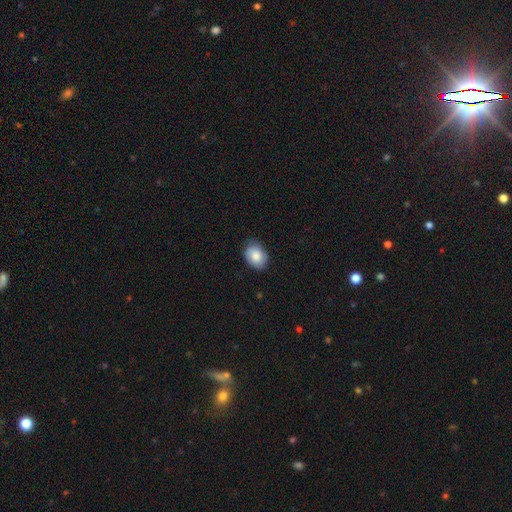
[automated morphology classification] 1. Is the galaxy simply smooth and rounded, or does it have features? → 82% smooth, 11% featured or disk, 7% star or artifact.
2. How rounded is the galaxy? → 68% in between, 31% round, 1% cigar-shaped.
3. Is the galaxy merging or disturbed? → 78% none, 18% minor disturbance, 3% major disturbance, 1% merger.